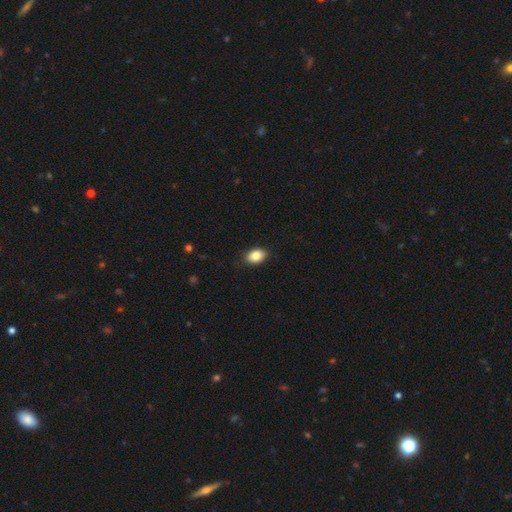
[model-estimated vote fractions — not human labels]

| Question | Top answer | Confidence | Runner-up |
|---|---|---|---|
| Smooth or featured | smooth | 86% | star or artifact (8%) |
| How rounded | in between | 79% | round (20%) |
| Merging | none | 87% | minor disturbance (10%) |